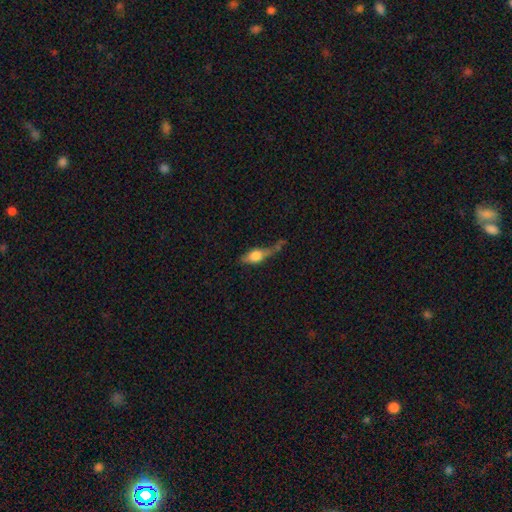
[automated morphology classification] smooth 56%, featured or disk 35%, star or artifact 9%. Down the decision tree: how rounded — in between (61%); merging — none (31%).